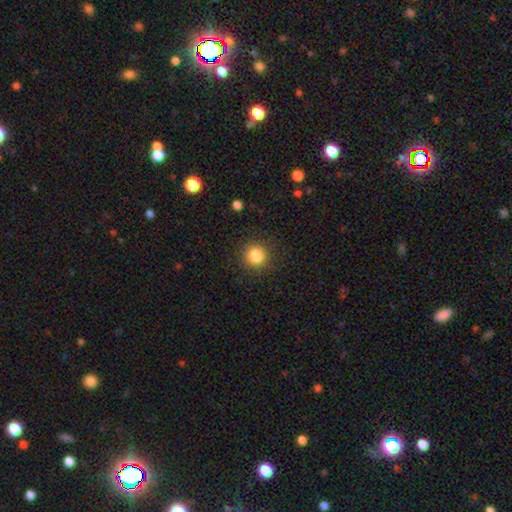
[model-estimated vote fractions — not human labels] Smooth or featured? smooth (84%)
How rounded? round (93%)
Merging? none (89%)